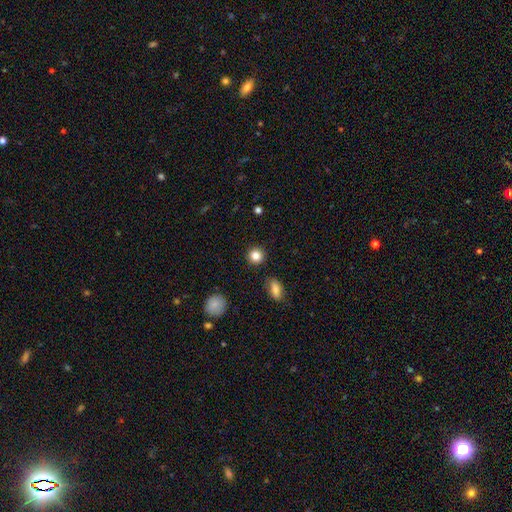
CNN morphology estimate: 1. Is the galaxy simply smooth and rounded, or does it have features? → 84% smooth, 11% star or artifact, 5% featured or disk.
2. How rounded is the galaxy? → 91% round, 8% in between, 1% cigar-shaped.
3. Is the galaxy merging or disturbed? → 91% none, 6% minor disturbance, 2% major disturbance, 2% merger.